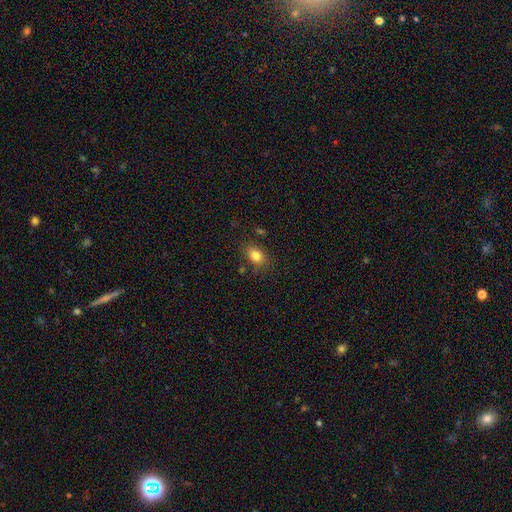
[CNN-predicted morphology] smooth 83%, star or artifact 10%, featured or disk 7%. Down the decision tree: how rounded — in between (76%); merging — none (78%).